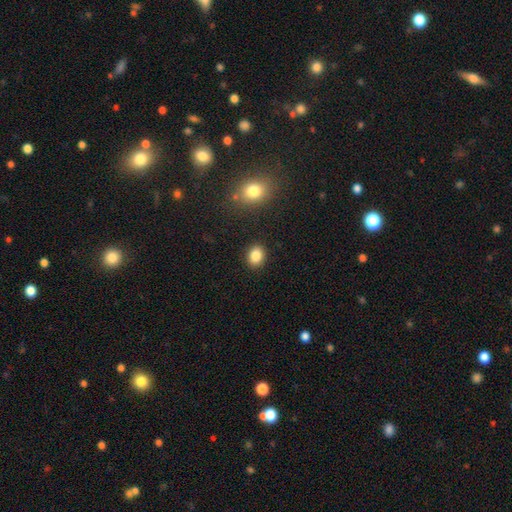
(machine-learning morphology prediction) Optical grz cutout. It shows a smooth galaxy with no disk features (85%) that is round (50%). Merging: none (89%).